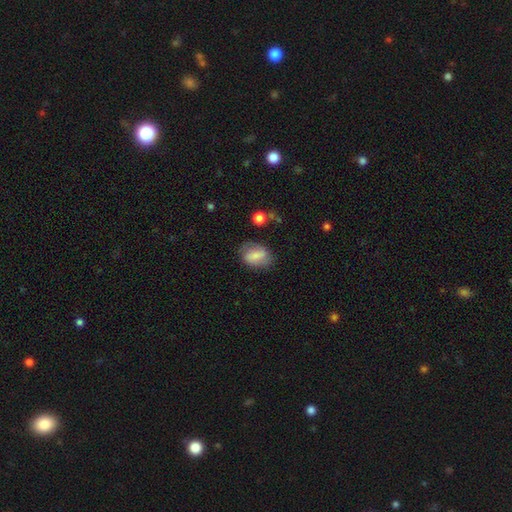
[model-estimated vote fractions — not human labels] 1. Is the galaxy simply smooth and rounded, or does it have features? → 65% smooth, 28% featured or disk, 8% star or artifact.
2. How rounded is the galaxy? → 75% in between, 24% round, 2% cigar-shaped.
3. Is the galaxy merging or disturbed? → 66% none, 23% minor disturbance, 9% major disturbance, 3% merger.